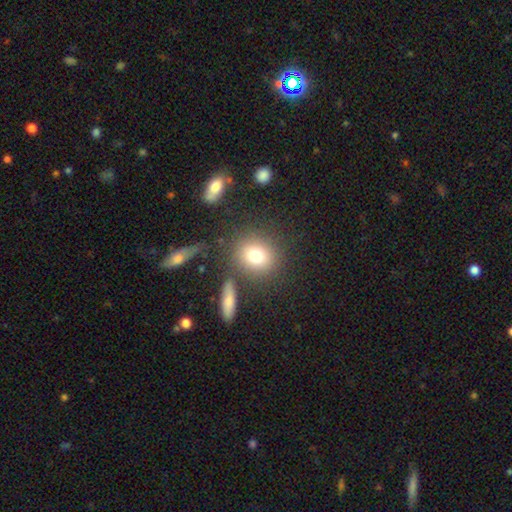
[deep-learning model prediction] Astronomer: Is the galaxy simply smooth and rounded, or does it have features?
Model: smooth — 76%.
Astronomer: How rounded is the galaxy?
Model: round — 79%.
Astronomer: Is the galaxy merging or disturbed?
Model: none — 78%.